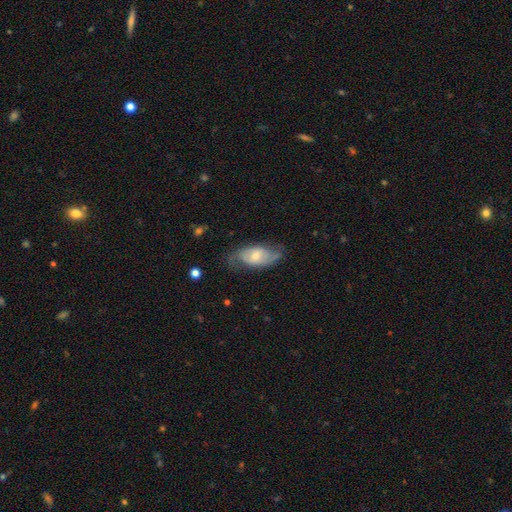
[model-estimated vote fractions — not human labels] A featured or disk galaxy (62%) with no bar (55%), spiral arms (81%) and a moderate central bulge (49%). Merging: none (68%).